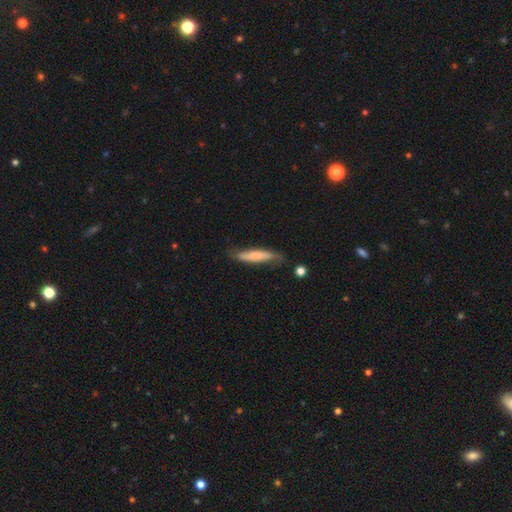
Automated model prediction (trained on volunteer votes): A smooth galaxy with no disk features (65%) that is cigar-shaped (85%).

Vote fractions:
- Smooth or featured? smooth: 65% / featured or disk: 29% / star or artifact: 6%
- How rounded? cigar-shaped: 85% / in between: 13% / round: 2%
- Merging? none: 68% / minor disturbance: 24% / major disturbance: 6% / merger: 3%